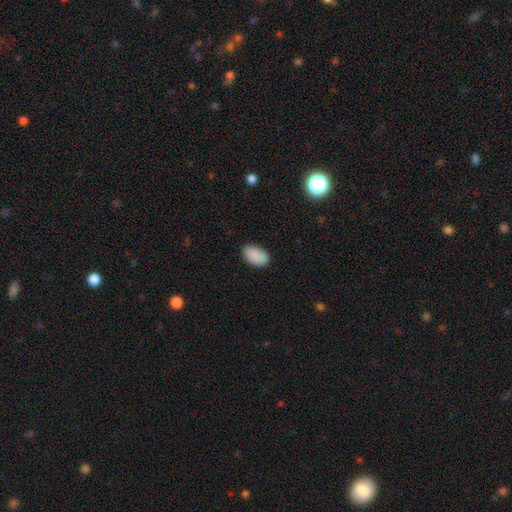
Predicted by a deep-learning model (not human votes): Overall: smooth (90%). How rounded: in between (93%). Merging: none (87%).